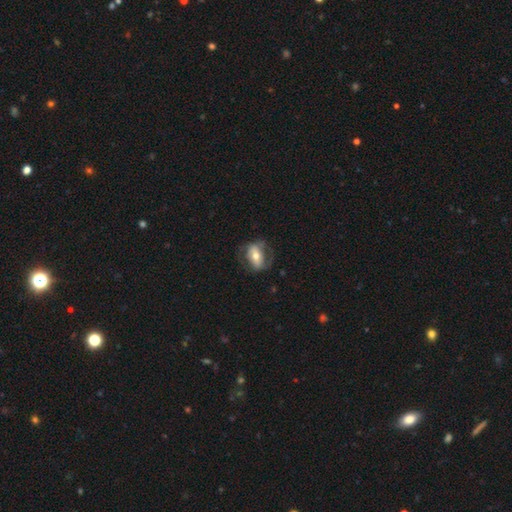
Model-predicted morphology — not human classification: Smooth or featured?
  - featured or disk: 54% *
  - smooth: 40%
  - star or artifact: 6%
Edge-on disk?
  - no: 89% *
  - yes: 11%
Merging?
  - none: 64% *
  - minor disturbance: 19%
  - major disturbance: 16%
  - merger: 1%